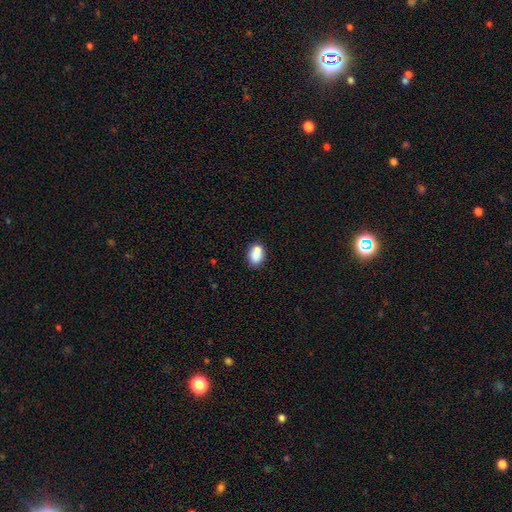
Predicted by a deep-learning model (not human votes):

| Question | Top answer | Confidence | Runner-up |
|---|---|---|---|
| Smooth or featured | smooth | 83% | star or artifact (9%) |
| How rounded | in between | 79% | round (19%) |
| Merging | none | 59% | merger (18%) |